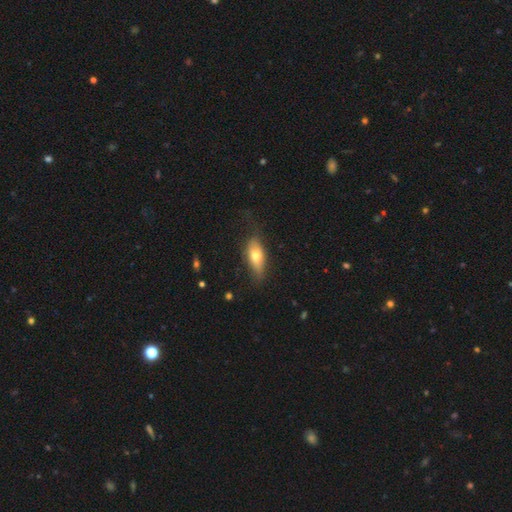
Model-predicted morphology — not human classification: Smooth or featured? smooth (66%)
How rounded? in between (80%)
Merging? none (64%)